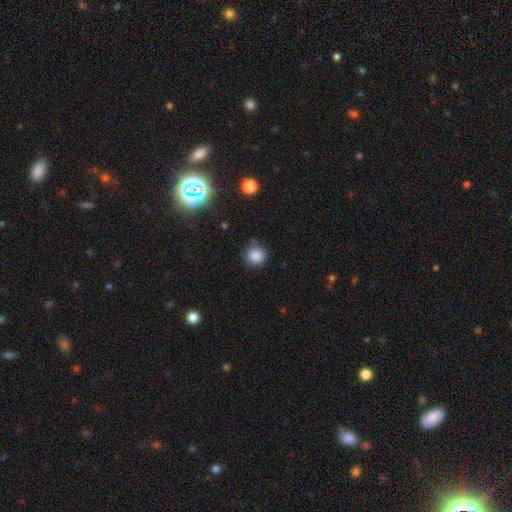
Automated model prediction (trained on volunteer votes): Overall: smooth (84%). How rounded: round (91%). Merging: none (82%).